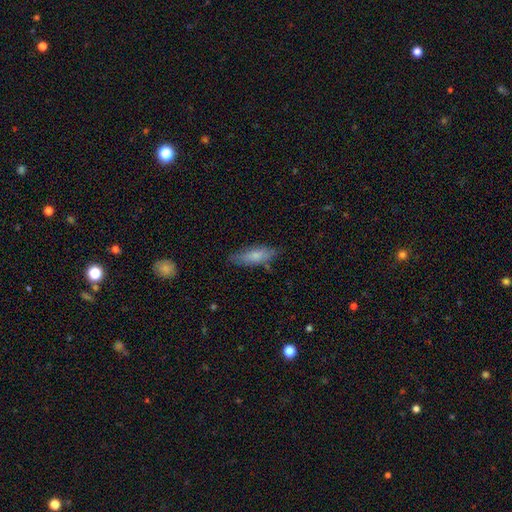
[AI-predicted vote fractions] Smooth or featured? smooth (73%)
How rounded? in between (60%)
Merging? none (75%)